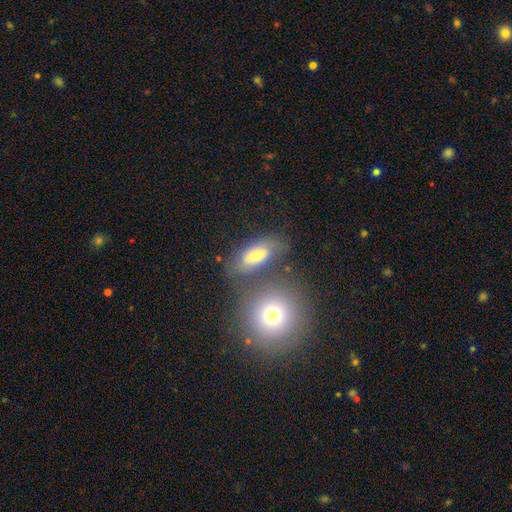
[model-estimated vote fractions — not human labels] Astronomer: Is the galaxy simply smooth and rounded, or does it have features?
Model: smooth — 67%.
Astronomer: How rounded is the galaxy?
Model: in between — 83%.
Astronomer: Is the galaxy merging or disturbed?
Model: none — 57%.